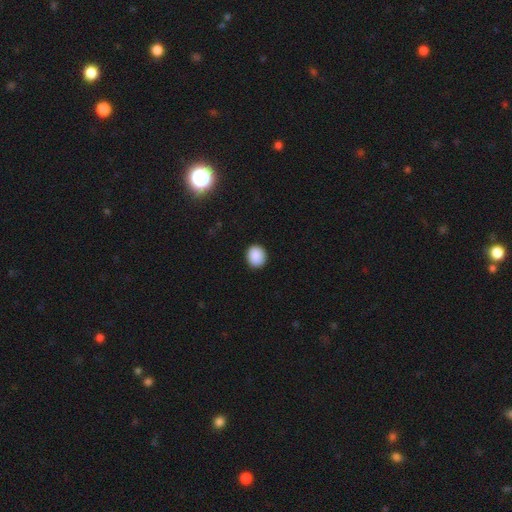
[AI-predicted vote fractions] Morphology: type=smooth (89%); roundness=round (63%); merging=none (89%).